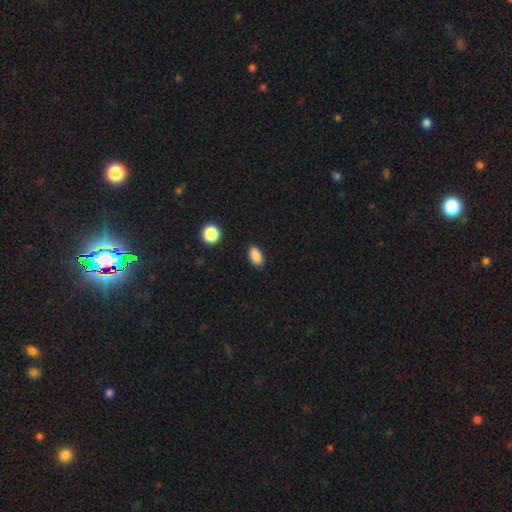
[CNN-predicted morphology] type=smooth (88%); roundness=in between (90%); merging=none (87%).